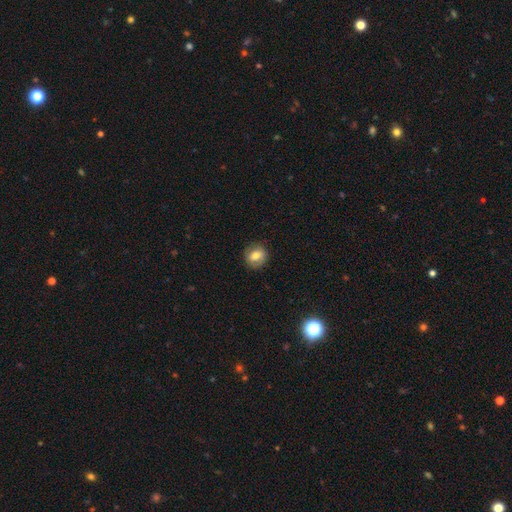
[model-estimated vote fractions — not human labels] Smooth or featured: smooth — 66% (featured or disk — 25%)
How rounded: round — 69% (in between — 30%)
Merging: none — 83% (minor disturbance — 12%)